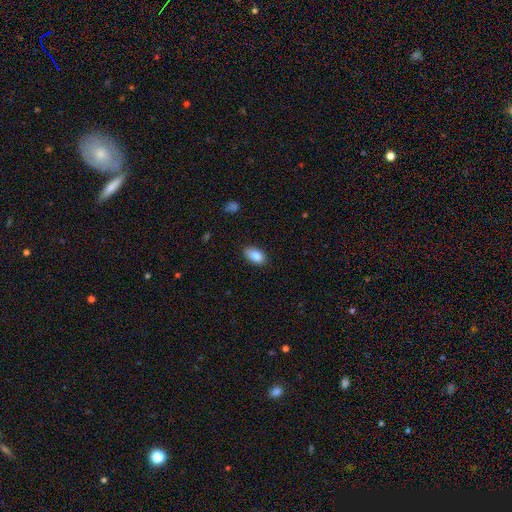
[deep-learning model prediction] A smooth galaxy with no disk features (85%) that is in between round and cigar-shaped (92%). Merging: none (86%).